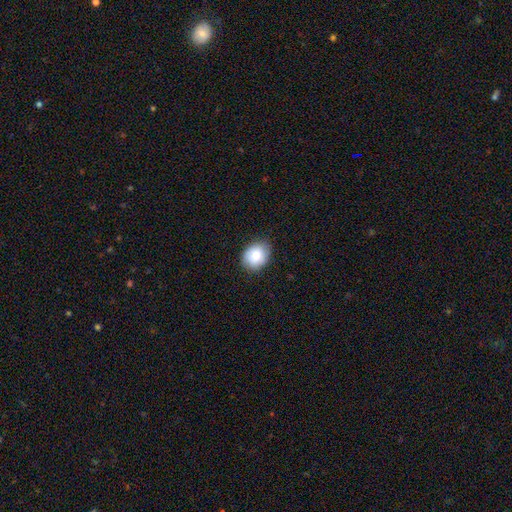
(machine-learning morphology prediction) Overall: smooth (80%). How rounded: round (52%; in between 47%). Merging: none (82%).